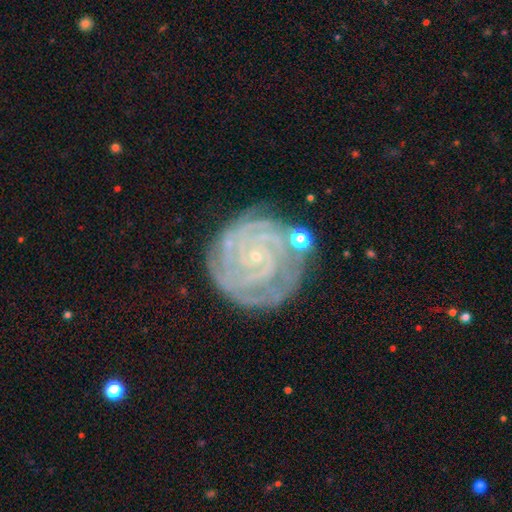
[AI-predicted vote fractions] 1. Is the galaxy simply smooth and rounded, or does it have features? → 86% featured or disk, 7% star or artifact, 7% smooth.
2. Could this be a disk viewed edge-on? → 98% no, 2% yes.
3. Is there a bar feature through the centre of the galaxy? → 76% no, 17% weak, 7% strong.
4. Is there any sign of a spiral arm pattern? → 97% yes, 3% no.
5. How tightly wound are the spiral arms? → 86% tight, 11% medium, 2% loose.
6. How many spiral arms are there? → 23% 4, 22% can't tell, 21% 3, 16% 2, 11% more than 4, 7% 1.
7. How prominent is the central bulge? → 90% small, 5% moderate, 2% none, 1% large, 1% dominant.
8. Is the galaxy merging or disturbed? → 74% none, 17% minor disturbance, 6% major disturbance, 4% merger.